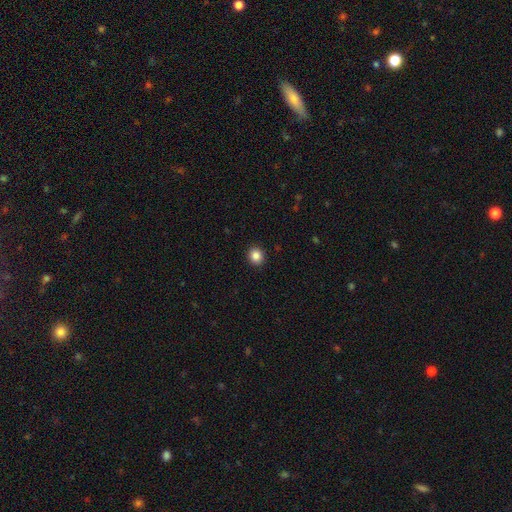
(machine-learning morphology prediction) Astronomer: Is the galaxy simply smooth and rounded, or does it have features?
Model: smooth — 86%.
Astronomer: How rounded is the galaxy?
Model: round — 86%.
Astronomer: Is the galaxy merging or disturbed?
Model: none — 92%.